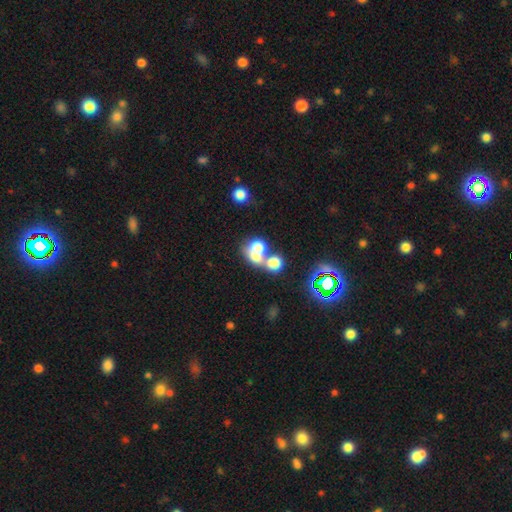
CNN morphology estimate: This appears to be a smooth galaxy with no disk features (63%) that is round (62%). Merging: merger (61%).